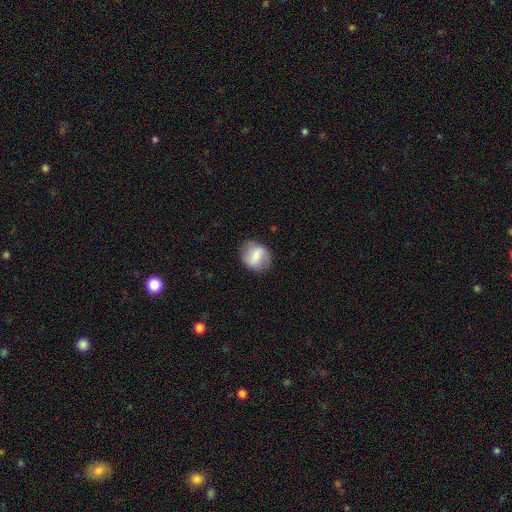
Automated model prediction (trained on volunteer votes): Smooth or featured?
  - smooth: 63% *
  - featured or disk: 29%
  - star or artifact: 8%
How rounded?
  - round: 70% *
  - in between: 29%
  - cigar-shaped: 1%
Merging?
  - none: 81% *
  - minor disturbance: 14%
  - major disturbance: 4%
  - merger: 1%